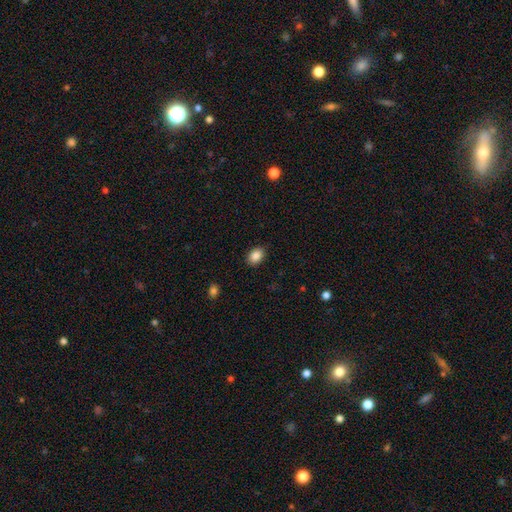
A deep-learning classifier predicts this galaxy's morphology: Smooth or featured? Predicted: smooth (p=0.88). How rounded? Predicted: in between (p=0.76). Merging? Predicted: none (p=0.89).